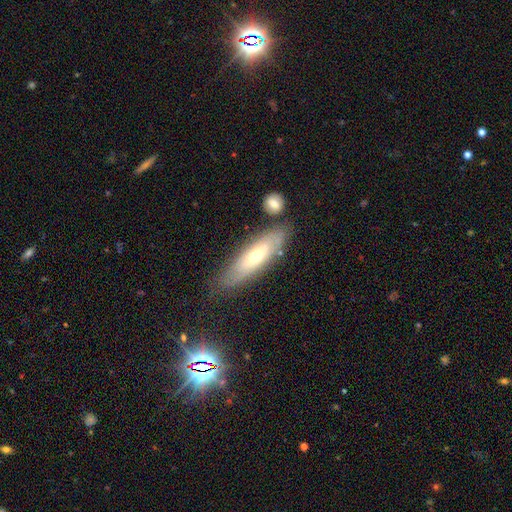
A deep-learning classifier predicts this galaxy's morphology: Q: Smooth or featured?
A: featured or disk (50%); runner-up: smooth (44%)
Q: Merging?
A: none (72%); runner-up: minor disturbance (17%)